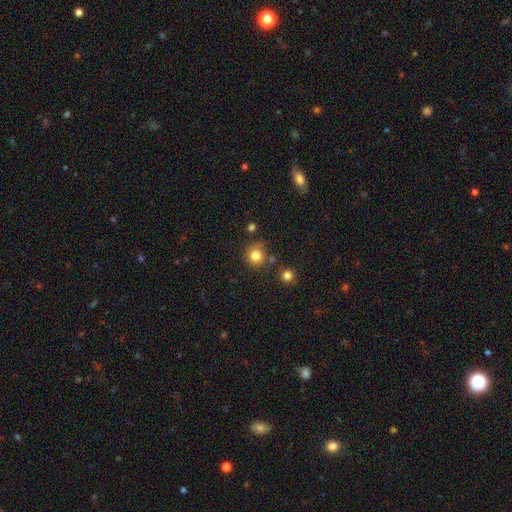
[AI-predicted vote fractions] Overall: smooth (82%). How rounded: round (90%). Merging: none (75%).